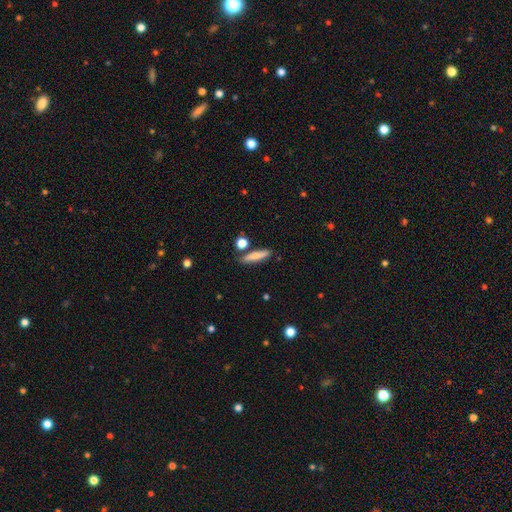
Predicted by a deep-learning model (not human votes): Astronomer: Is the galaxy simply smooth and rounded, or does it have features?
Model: smooth — 72%.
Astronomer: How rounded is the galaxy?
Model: cigar-shaped — 79%.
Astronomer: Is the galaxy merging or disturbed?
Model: none — 80%.